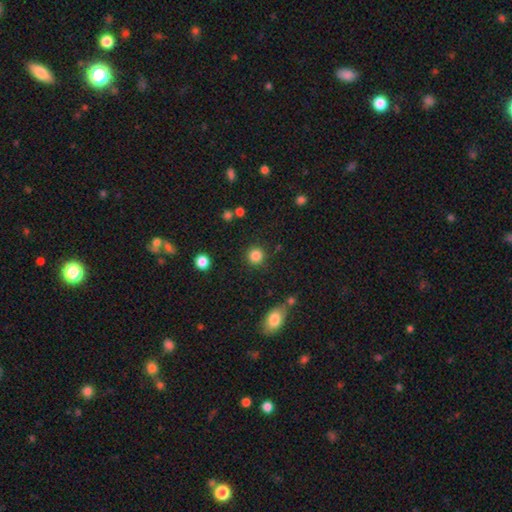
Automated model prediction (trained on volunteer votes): Smooth or featured? Predicted: smooth (p=0.85). How rounded? Predicted: round (p=0.93). Merging? Predicted: none (p=0.89).